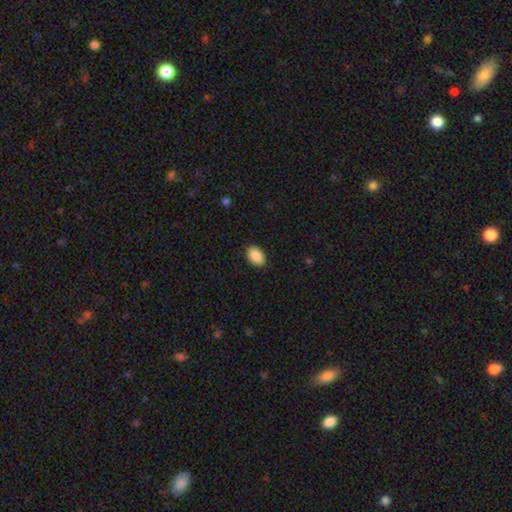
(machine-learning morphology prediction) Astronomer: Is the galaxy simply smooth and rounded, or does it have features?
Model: smooth — 89%.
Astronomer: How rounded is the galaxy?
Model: in between — 86%.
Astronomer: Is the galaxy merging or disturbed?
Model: none — 89%.